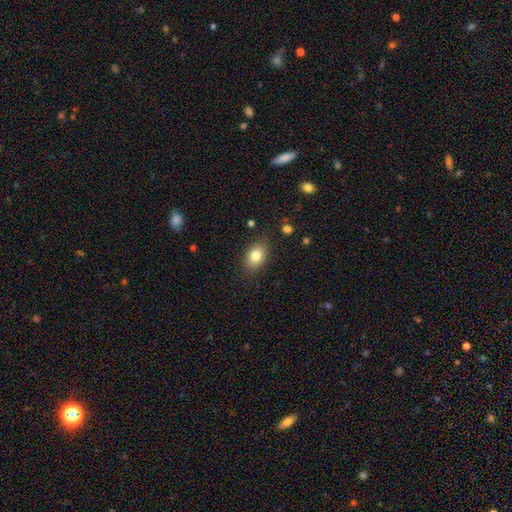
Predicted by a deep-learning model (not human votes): The model was most divided on "how rounded": in between: 79%, round: 20%, cigar-shaped: 1%. More confident: merging — none (84%); smooth or featured — smooth (81%).